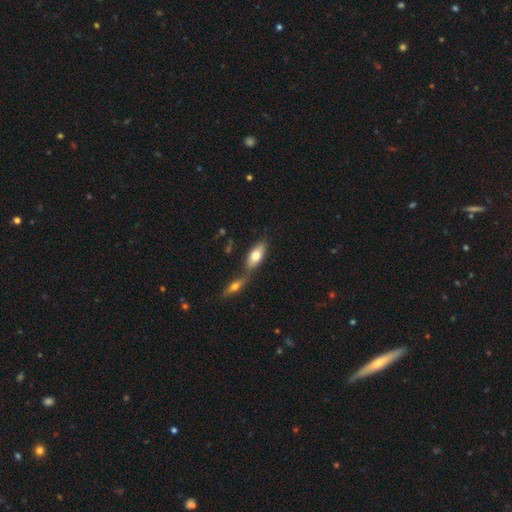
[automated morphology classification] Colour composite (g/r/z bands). It shows a smooth galaxy with no disk features (71%) that is in between round and cigar-shaped (84%). Merging: none (48%).